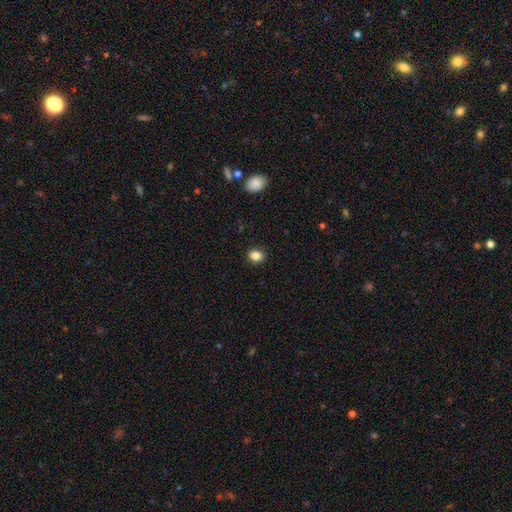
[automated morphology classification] smooth_or_featured: smooth (p=0.85) [alt: star or artifact p=0.11]
how_rounded: round (p=0.53) [alt: in between p=0.46]
merging: none (p=0.90) [alt: minor disturbance p=0.07]